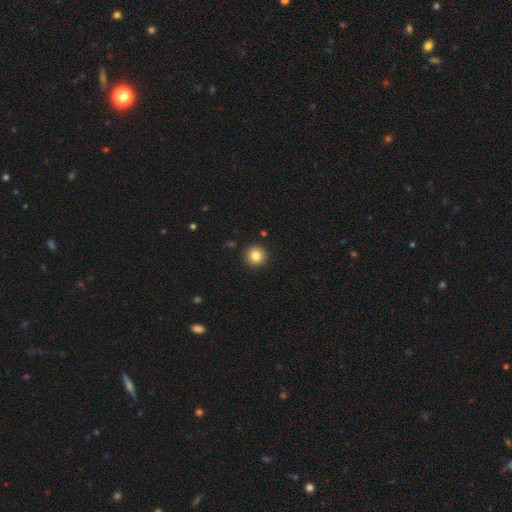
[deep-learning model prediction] A smooth galaxy with no disk features (84%) that is round (95%).

Vote fractions:
- Smooth or featured? smooth: 84% / star or artifact: 10% / featured or disk: 6%
- How rounded? round: 95% / in between: 4% / cigar-shaped: 1%
- Merging? none: 92% / minor disturbance: 5% / major disturbance: 2% / merger: 1%